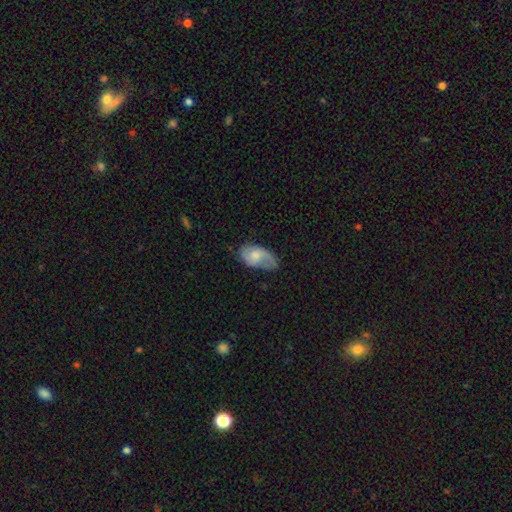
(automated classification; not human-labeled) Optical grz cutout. It shows a smooth galaxy with no disk features (50%) that is in between round and cigar-shaped (92%). Merging: none (43%).